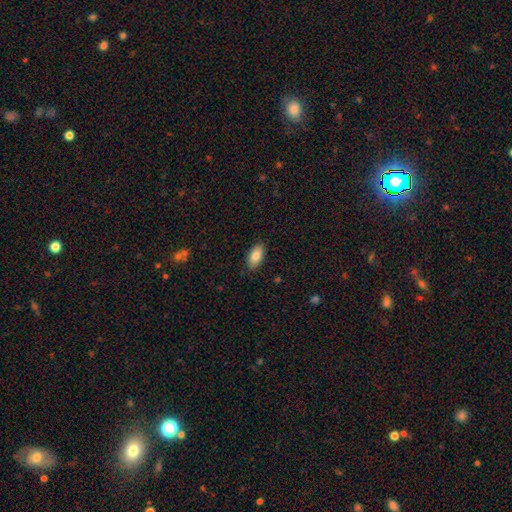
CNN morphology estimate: Smooth or featured? smooth (86%)
How rounded? in between (92%)
Merging? none (88%)